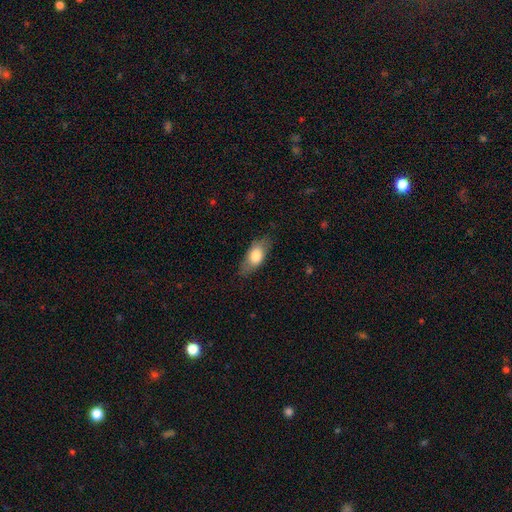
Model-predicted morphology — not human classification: smooth-or-featured: smooth: 74% | featured or disk: 20% | star or artifact: 6%
  how-rounded: in between: 81% | cigar-shaped: 15% | round: 4%
  merging: none: 76% | minor disturbance: 18% | major disturbance: 5% | merger: 1%